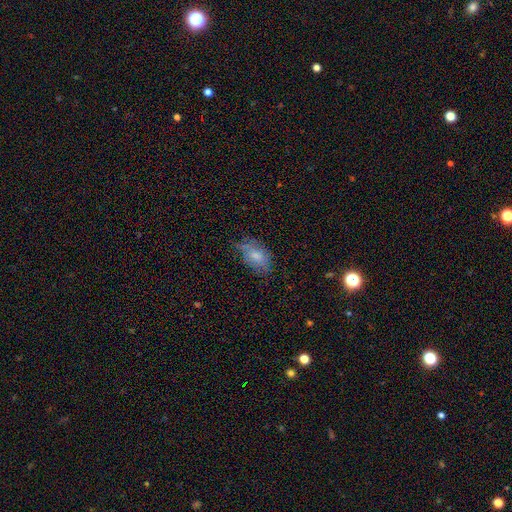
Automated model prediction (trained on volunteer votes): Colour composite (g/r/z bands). It shows a smooth galaxy with no disk features (70%) that is in between round and cigar-shaped (86%). Merging: none (52%).